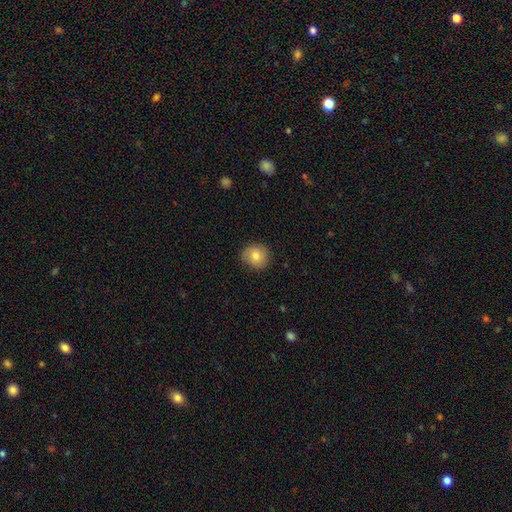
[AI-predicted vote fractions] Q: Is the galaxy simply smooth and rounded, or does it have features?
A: smooth — 81%.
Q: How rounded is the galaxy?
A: round — 86%.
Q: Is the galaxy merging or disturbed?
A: none — 84%.